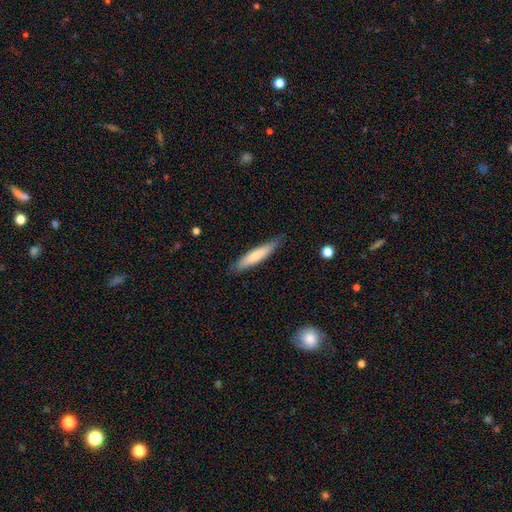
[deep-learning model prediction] smooth_or_featured: smooth (p=0.71) [alt: featured or disk p=0.23]
how_rounded: cigar-shaped (p=0.86) [alt: in between p=0.12]
merging: none (p=0.85) [alt: minor disturbance p=0.12]